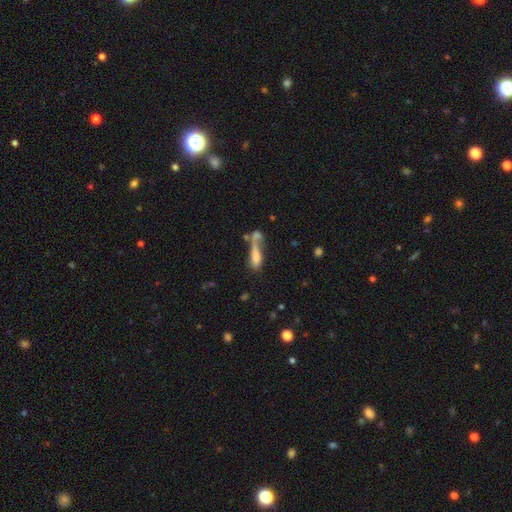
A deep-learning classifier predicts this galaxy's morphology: Overall: smooth (69%). How rounded: cigar-shaped (55%; in between 42%). Merging: merger (45%; none 25%).